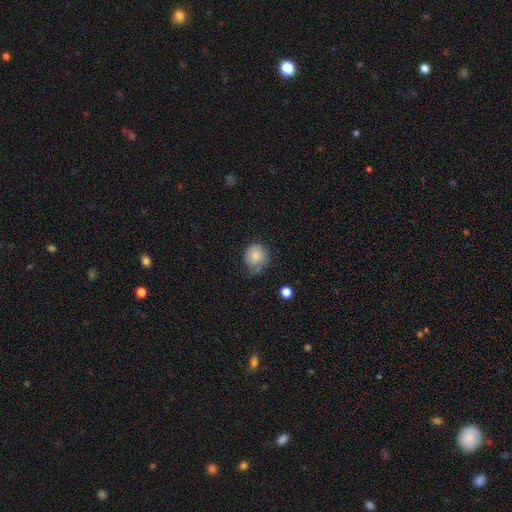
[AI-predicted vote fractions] A smooth galaxy with no disk features (78%) that is round (86%).

Vote fractions:
- Smooth or featured? smooth: 78% / featured or disk: 14% / star or artifact: 8%
- How rounded? round: 86% / in between: 13% / cigar-shaped: 1%
- Merging? none: 52% / minor disturbance: 34% / major disturbance: 11% / merger: 3%